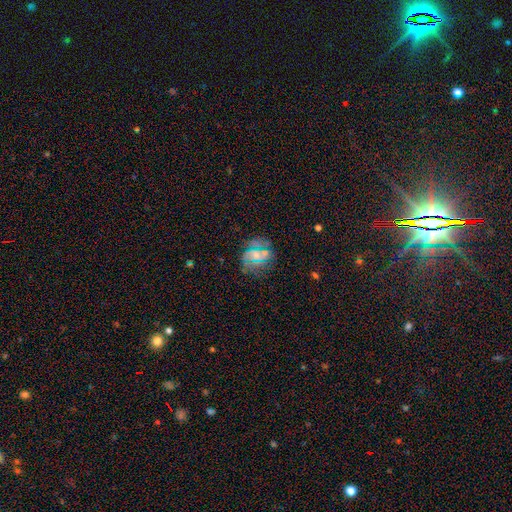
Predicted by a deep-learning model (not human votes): Smooth or featured?
  - smooth: 47% *
  - featured or disk: 27%
  - star or artifact: 26%
Merging?
  - none: 70% *
  - minor disturbance: 17%
  - major disturbance: 9%
  - merger: 4%